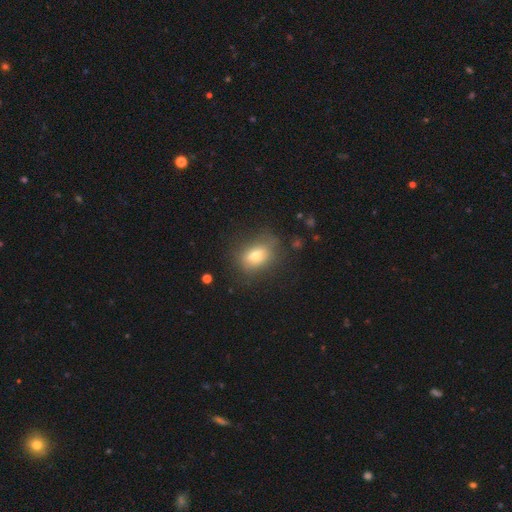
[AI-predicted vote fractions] Morphology: type=smooth (64%); roundness=in between (77%); merging=none (67%).